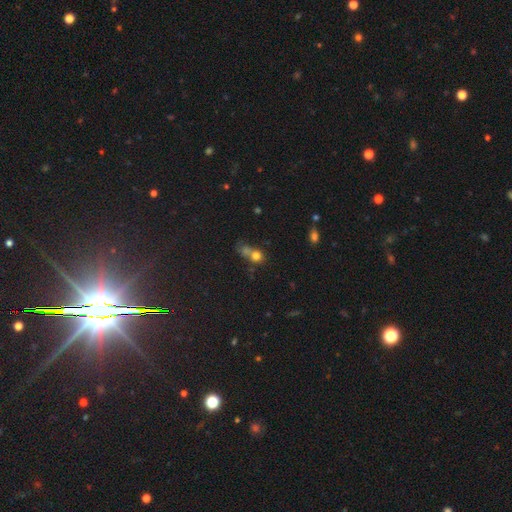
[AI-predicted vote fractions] smooth-or-featured: smooth: 71% | star or artifact: 17% | featured or disk: 12%
  how-rounded: round: 78% | in between: 20% | cigar-shaped: 2%
  merging: merger: 47% | none: 35% | minor disturbance: 10% | major disturbance: 8%